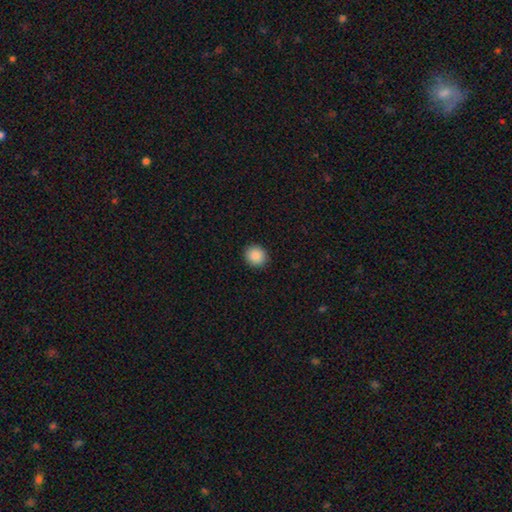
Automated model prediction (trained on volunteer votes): smooth_or_featured: smooth (p=0.89) [alt: star or artifact p=0.08]
how_rounded: round (p=0.87) [alt: in between p=0.12]
merging: none (p=0.92) [alt: minor disturbance p=0.05]